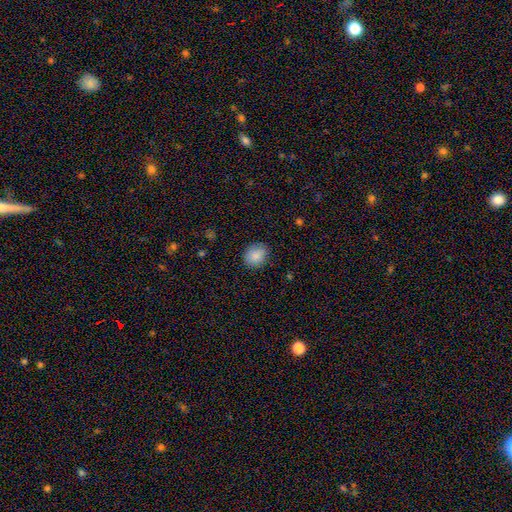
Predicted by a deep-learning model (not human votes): A smooth galaxy with no disk features (86%) that is round (52%).

Vote fractions:
- Smooth or featured? smooth: 86% / star or artifact: 8% / featured or disk: 6%
- How rounded? round: 52% / in between: 47% / cigar-shaped: 1%
- Merging? none: 84% / minor disturbance: 12% / major disturbance: 3% / merger: 1%